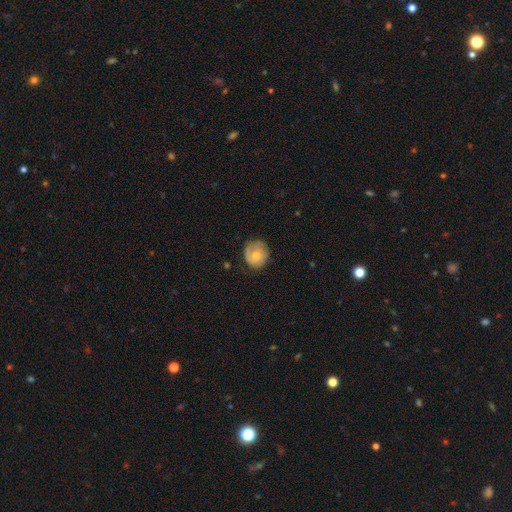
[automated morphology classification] A smooth galaxy with no disk features (61%) that is round (84%). Merging: none (69%).